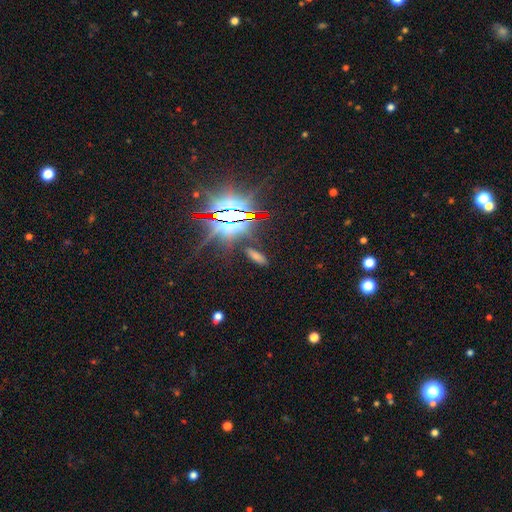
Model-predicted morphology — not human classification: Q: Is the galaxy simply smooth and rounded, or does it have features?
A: star or artifact — 47%.